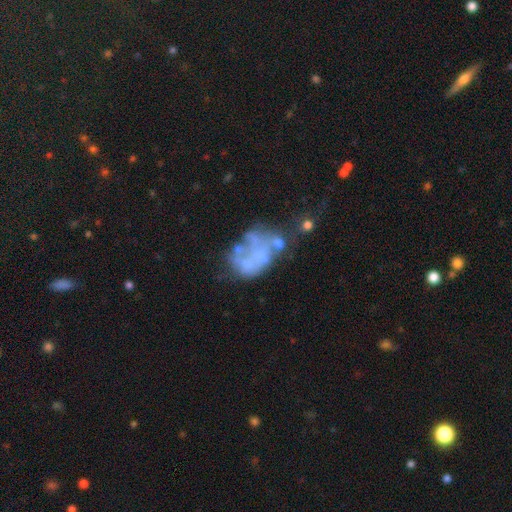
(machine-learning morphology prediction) Smooth or featured?
  - featured or disk: 57% *
  - smooth: 28%
  - star or artifact: 16%
Edge-on disk?
  - no: 98% *
  - yes: 2%
Bar?
  - no: 94% *
  - weak: 4%
  - strong: 2%
Spiral arms?
  - no: 94% *
  - yes: 6%
Bulge size?
  - none: 84% *
  - small: 6%
  - moderate: 6%
  - large: 2%
  - dominant: 1%
Merging?
  - major disturbance: 31% *
  - none: 28%
  - merger: 23%
  - minor disturbance: 17%